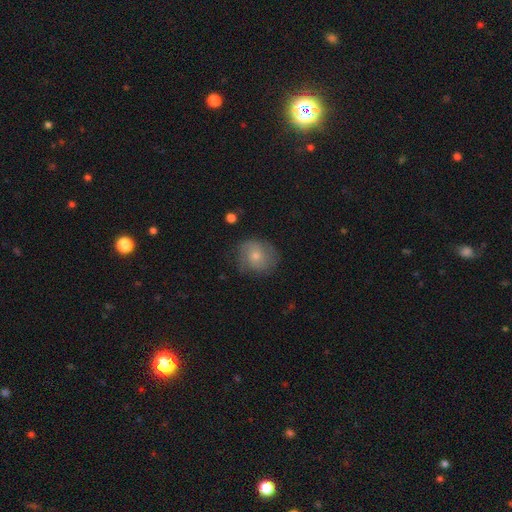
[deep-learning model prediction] smooth 56%, featured or disk 36%, star or artifact 8%. Down the decision tree: how rounded — round (77%); merging — none (70%).